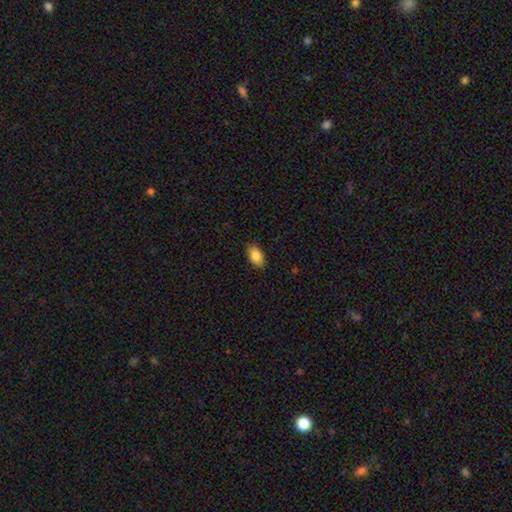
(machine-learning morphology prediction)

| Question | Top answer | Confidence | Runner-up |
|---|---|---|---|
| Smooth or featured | smooth | 86% | featured or disk (7%) |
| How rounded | in between | 92% | round (6%) |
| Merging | none | 86% | minor disturbance (11%) |